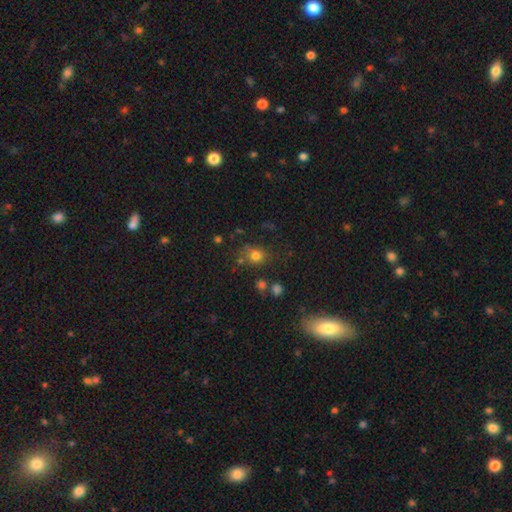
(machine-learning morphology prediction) smooth-or-featured: smooth: 76% | star or artifact: 16% | featured or disk: 8%
  how-rounded: round: 70% | in between: 29% | cigar-shaped: 1%
  merging: none: 68% | minor disturbance: 16% | merger: 9% | major disturbance: 7%